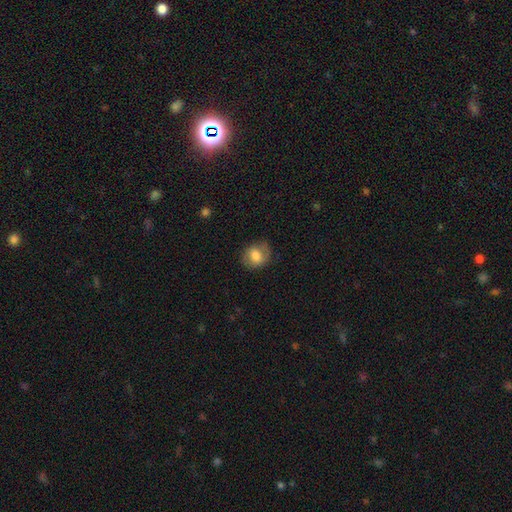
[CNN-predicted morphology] Overall: smooth (74%). How rounded: round (64%; in between 35%). Merging: none (72%).